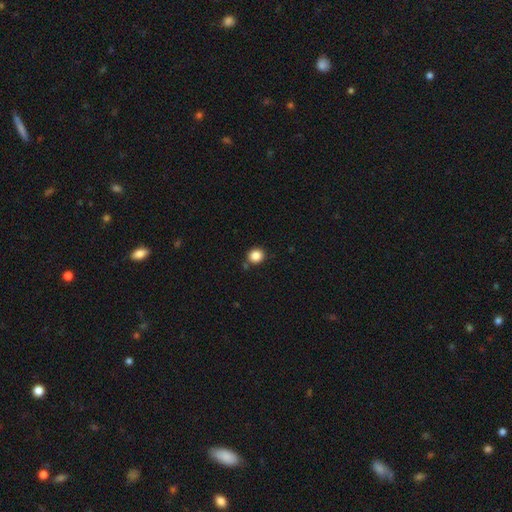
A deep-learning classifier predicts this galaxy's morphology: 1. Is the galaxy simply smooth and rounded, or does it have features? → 86% smooth, 11% star or artifact, 4% featured or disk.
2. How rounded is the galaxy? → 86% round, 14% in between, 1% cigar-shaped.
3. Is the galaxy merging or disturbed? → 84% none, 9% minor disturbance, 5% merger, 2% major disturbance.